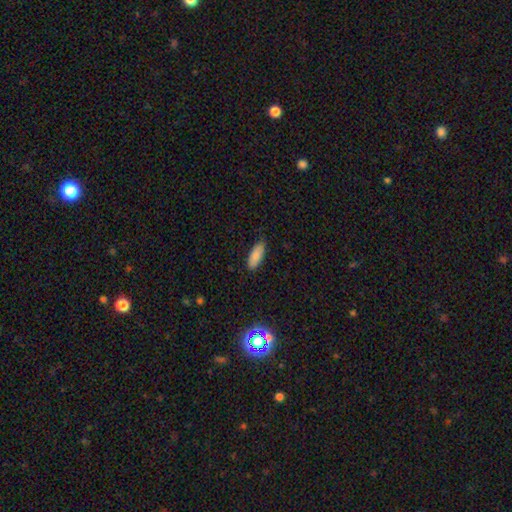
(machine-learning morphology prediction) smooth 87%, star or artifact 7%, featured or disk 6%. Down the decision tree: how rounded — in between (70%); merging — none (83%).